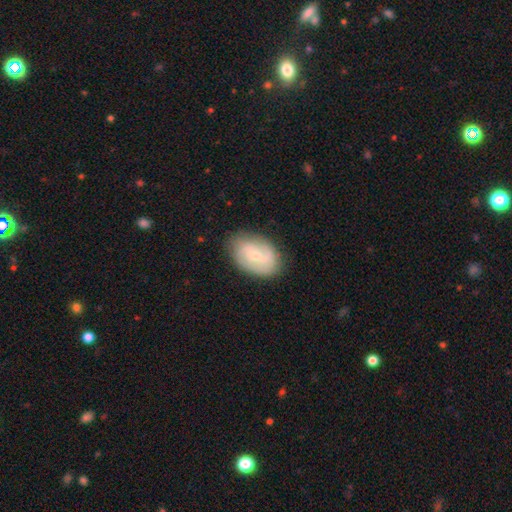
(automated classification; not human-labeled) A featured or disk galaxy (59%) with a weak bar (52%), spiral arms (76%) and a small central bulge (60%). Merging: none (79%).